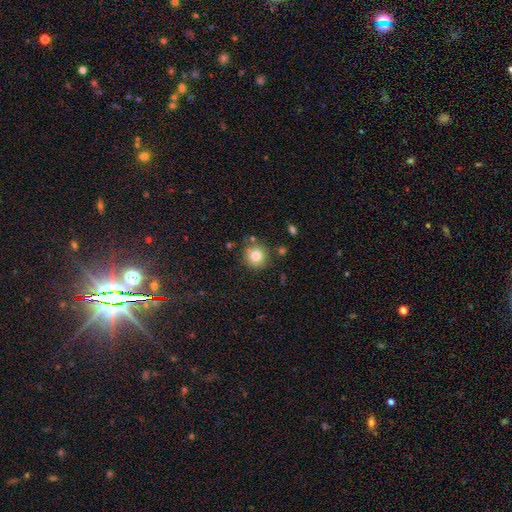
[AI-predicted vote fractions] Smooth or featured? smooth (80%)
How rounded? round (93%)
Merging? none (83%)